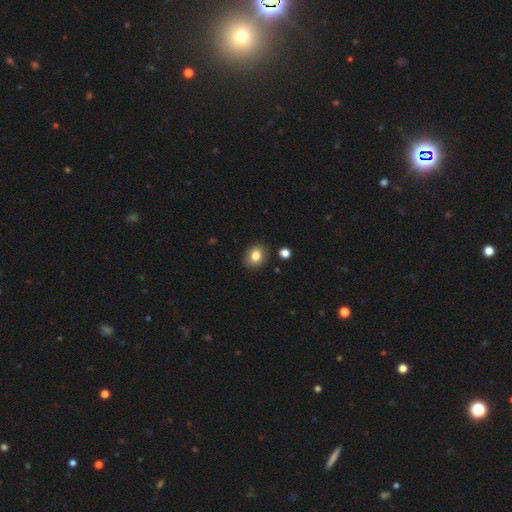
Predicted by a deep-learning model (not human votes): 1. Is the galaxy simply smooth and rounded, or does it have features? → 83% smooth, 10% star or artifact, 7% featured or disk.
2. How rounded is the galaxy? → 50% in between, 49% round, 1% cigar-shaped.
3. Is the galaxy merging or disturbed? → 86% none, 9% minor disturbance, 2% merger, 2% major disturbance.